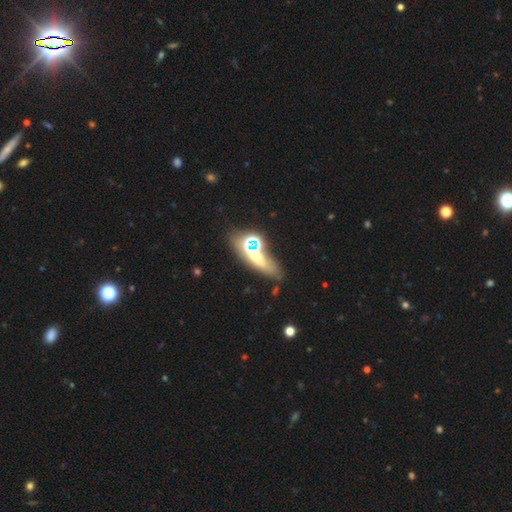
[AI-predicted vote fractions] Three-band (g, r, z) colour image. It shows a smooth galaxy with no disk features (44%). Merging: none (57%).